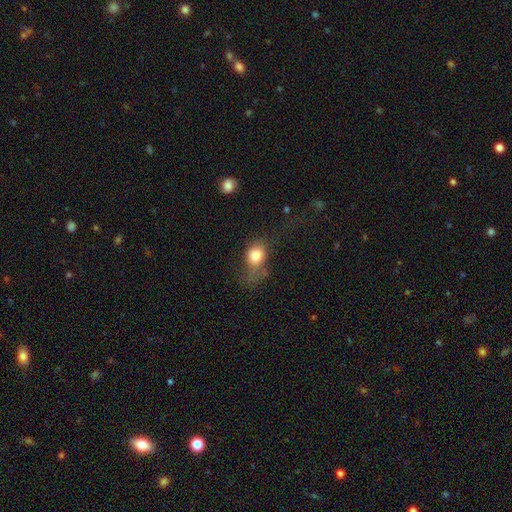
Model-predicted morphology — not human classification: Q: Smooth or featured?
A: smooth (77%); runner-up: featured or disk (14%)
Q: How rounded?
A: in between (52%); runner-up: round (46%)
Q: Merging?
A: major disturbance (38%); runner-up: none (31%)